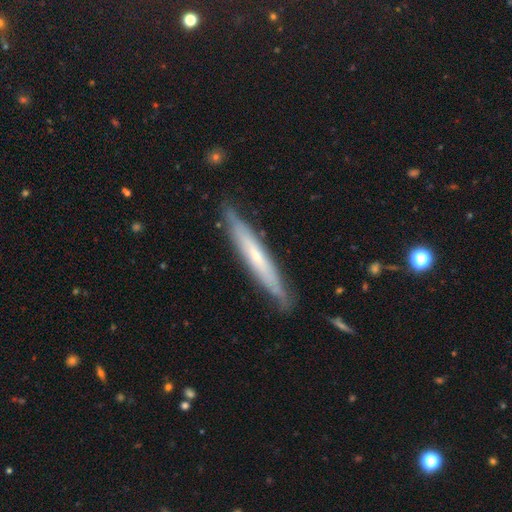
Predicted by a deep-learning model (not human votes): Q: Smooth or featured?
A: featured or disk (59%); runner-up: smooth (36%)
Q: Edge-on disk?
A: yes (84%); runner-up: no (16%)
Q: Merging?
A: none (84%); runner-up: minor disturbance (13%)